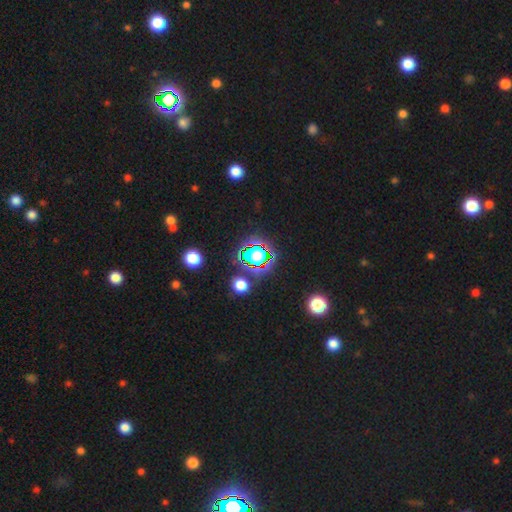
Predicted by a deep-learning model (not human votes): Q: Smooth or featured?
A: star or artifact (71%); runner-up: smooth (19%)